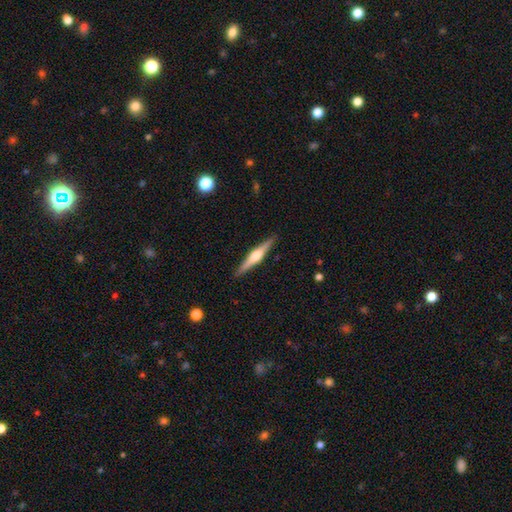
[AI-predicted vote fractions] This appears to be a featured or disk galaxy (72%) viewed edge-on (98%) with a rounded central bulge (86%). Merging: none (91%).